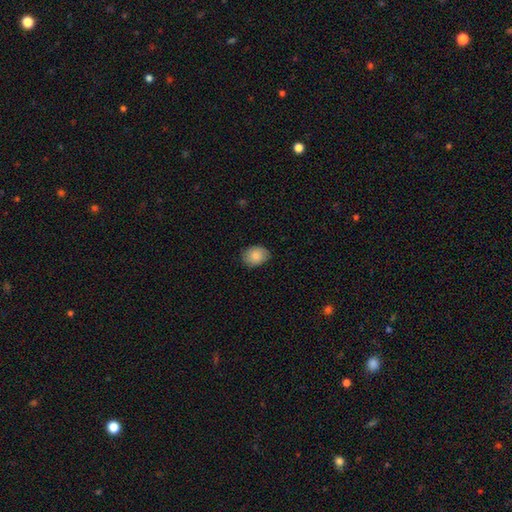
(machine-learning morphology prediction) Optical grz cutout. It shows a smooth galaxy with no disk features (86%) that is in between round and cigar-shaped (62%). Merging: none (83%).